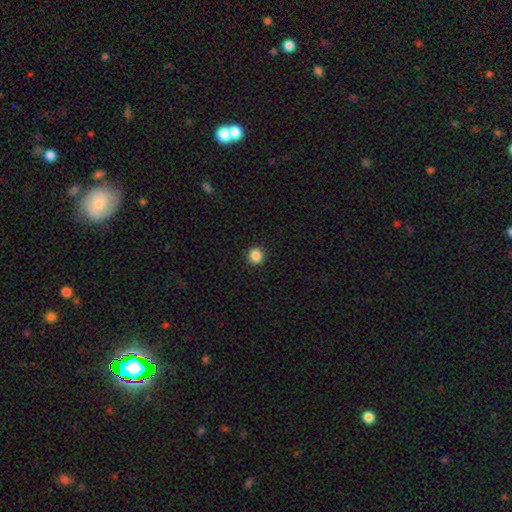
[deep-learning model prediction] Smooth or featured: smooth — 86% (star or artifact — 11%)
How rounded: round — 94% (in between — 5%)
Merging: none — 93% (minor disturbance — 4%)